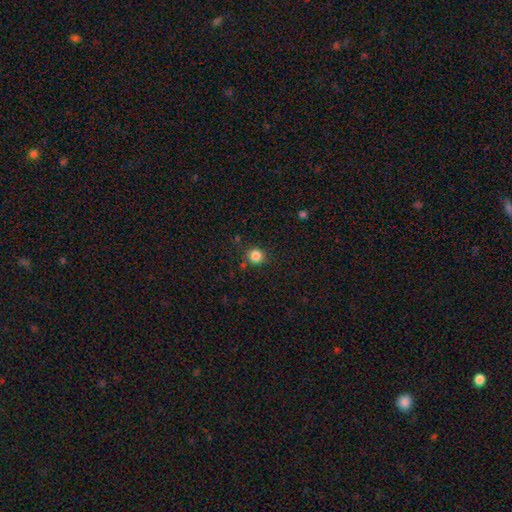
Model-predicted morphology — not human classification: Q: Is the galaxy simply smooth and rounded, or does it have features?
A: smooth — 85%.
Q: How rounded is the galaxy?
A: round — 92%.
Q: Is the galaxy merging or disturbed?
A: none — 84%.